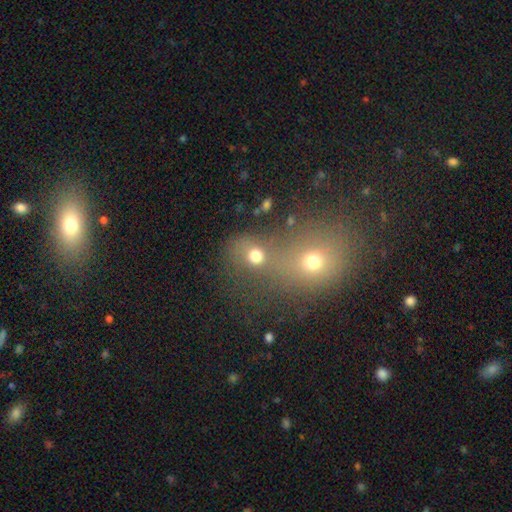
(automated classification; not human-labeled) Morphology: type=smooth (71%); roundness=round (75%); merging=merger (50%).